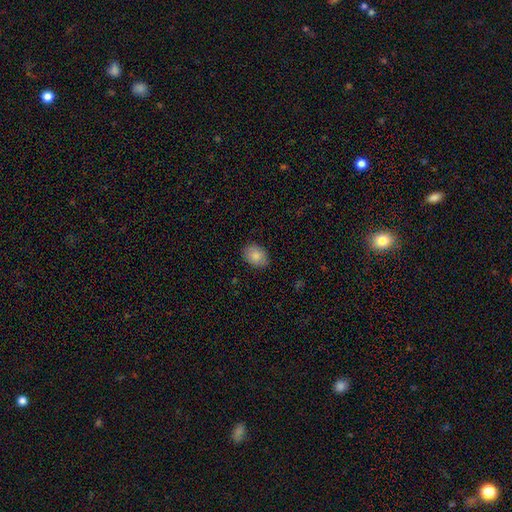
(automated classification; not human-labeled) A smooth galaxy with no disk features (86%) that is in between round and cigar-shaped (70%).

Vote fractions:
- Smooth or featured? smooth: 86% / star or artifact: 8% / featured or disk: 6%
- How rounded? in between: 70% / round: 29% / cigar-shaped: 1%
- Merging? none: 87% / minor disturbance: 10% / major disturbance: 2% / merger: 1%